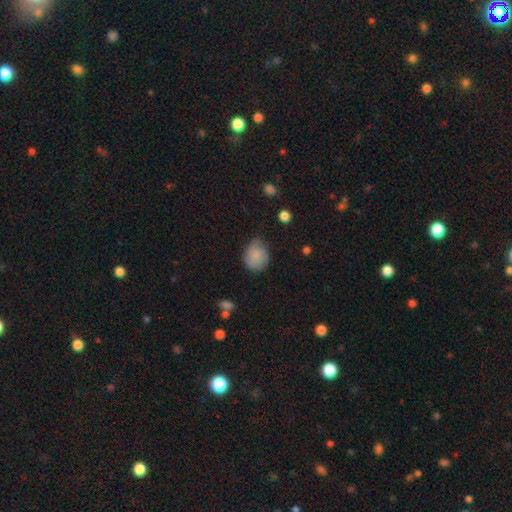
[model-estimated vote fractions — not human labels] Smooth or featured? smooth (79%)
How rounded? round (58%)
Merging? none (56%)